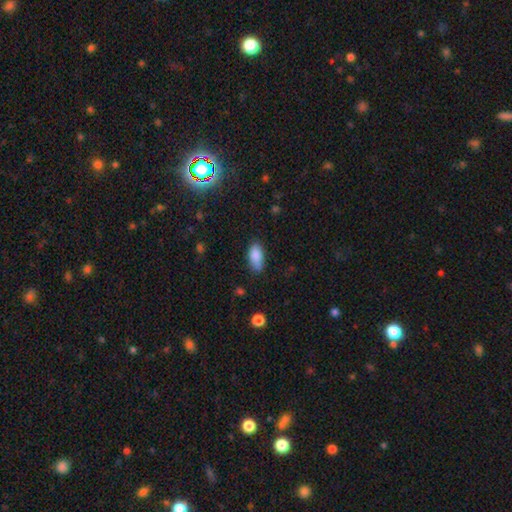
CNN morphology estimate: This is clearly a smooth galaxy (86%). How rounded: clearly in between (90%). Merging: likely none (73%).